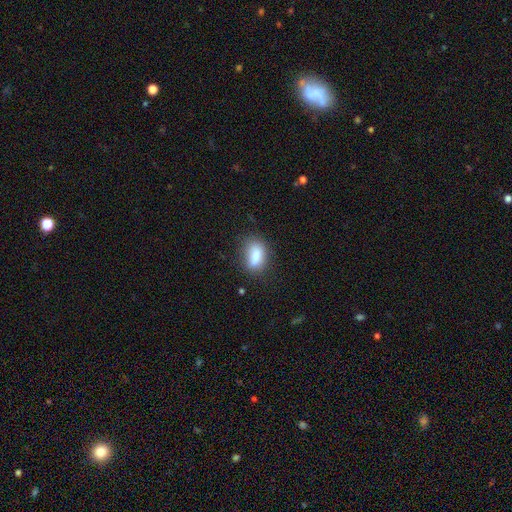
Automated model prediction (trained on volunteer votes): Q: Smooth or featured?
A: smooth (81%); runner-up: featured or disk (10%)
Q: How rounded?
A: in between (81%); runner-up: round (10%)
Q: Merging?
A: none (66%); runner-up: minor disturbance (23%)